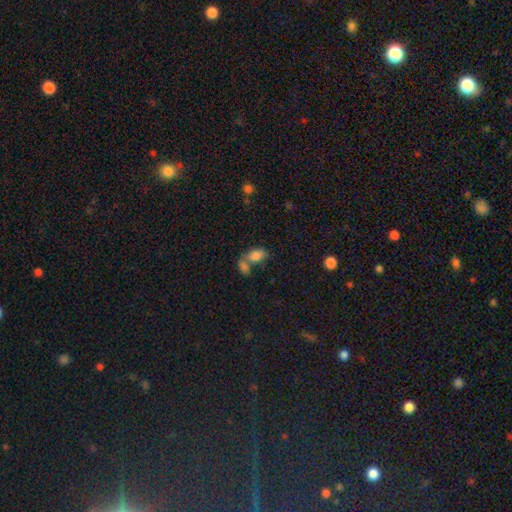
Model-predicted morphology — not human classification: smooth 80%, featured or disk 11%, star or artifact 10%. Down the decision tree: how rounded — in between (87%); merging — merger (50%).